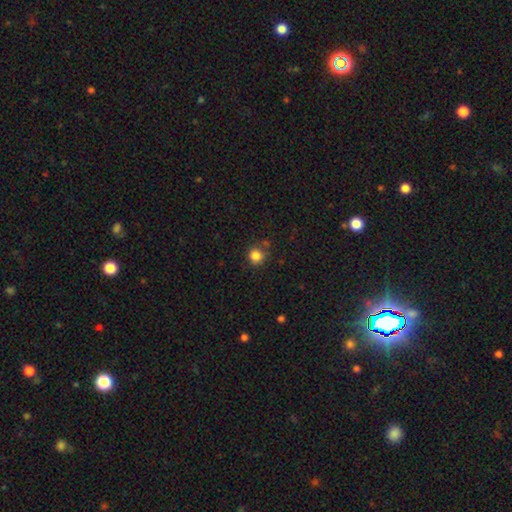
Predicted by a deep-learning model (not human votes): This is clearly a smooth galaxy (84%). How rounded: clearly round (92%). Merging: likely none (80%).